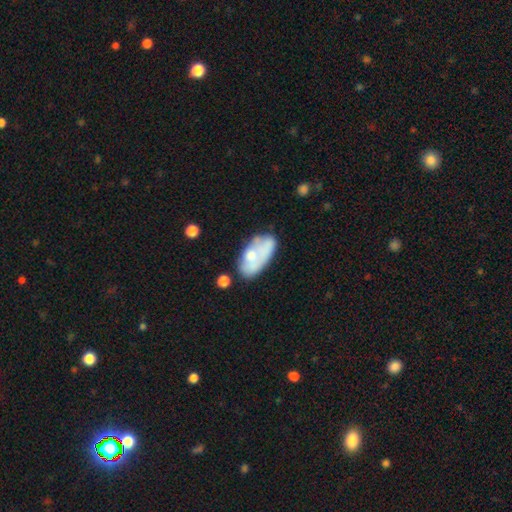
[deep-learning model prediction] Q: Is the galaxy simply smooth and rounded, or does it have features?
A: smooth — 57%.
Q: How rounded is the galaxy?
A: in between — 92%.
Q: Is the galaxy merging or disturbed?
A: none — 43%.